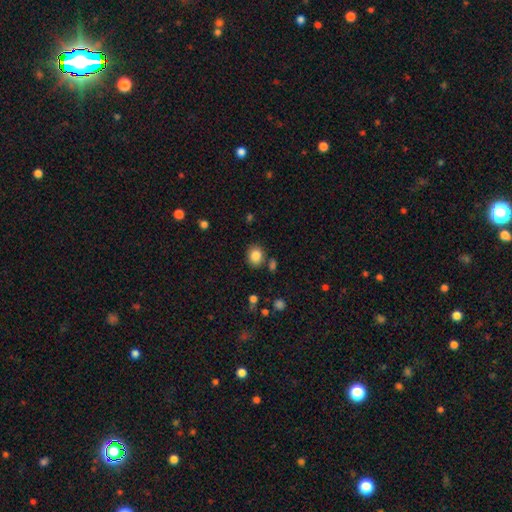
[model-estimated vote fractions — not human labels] Q: Smooth or featured?
A: smooth (85%); runner-up: star or artifact (10%)
Q: How rounded?
A: round (64%); runner-up: in between (35%)
Q: Merging?
A: none (80%); runner-up: minor disturbance (11%)